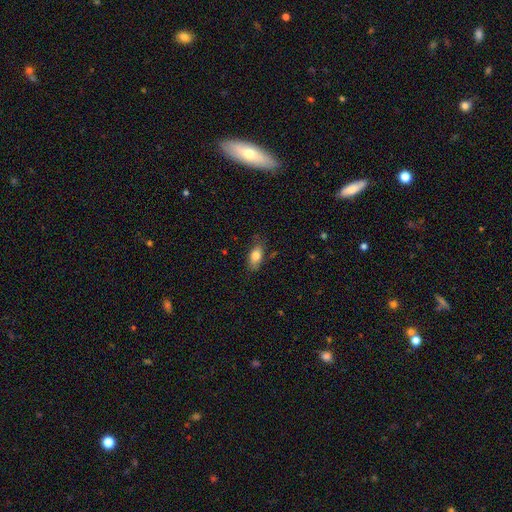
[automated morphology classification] type=smooth (80%); roundness=in between (86%); merging=none (75%).